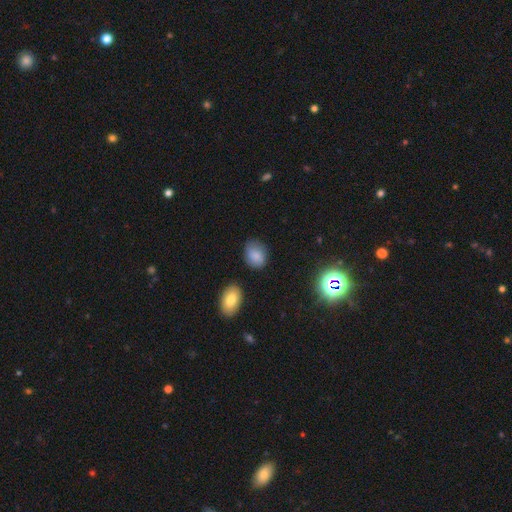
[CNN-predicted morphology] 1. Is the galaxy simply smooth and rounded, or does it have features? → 83% smooth, 10% star or artifact, 8% featured or disk.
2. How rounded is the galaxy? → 65% in between, 34% round, 1% cigar-shaped.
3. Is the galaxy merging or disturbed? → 76% none, 18% minor disturbance, 4% major disturbance, 3% merger.